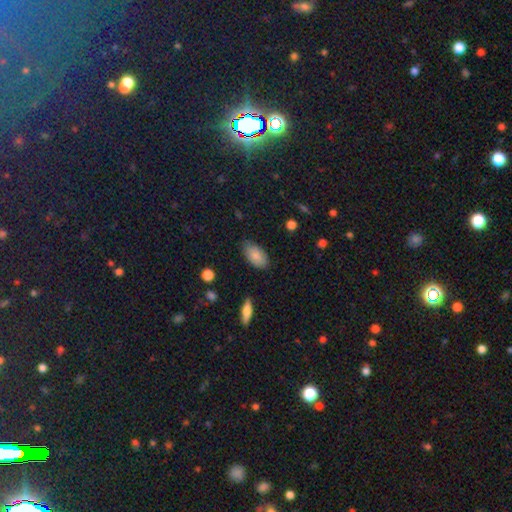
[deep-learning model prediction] Morphology: type=smooth (85%); roundness=in between (93%); merging=none (79%).